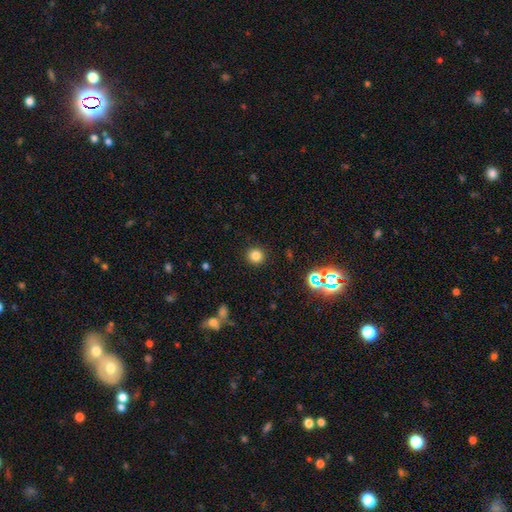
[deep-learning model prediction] smooth-or-featured: smooth: 79% | star or artifact: 16% | featured or disk: 5%
  how-rounded: round: 93% | in between: 7% | cigar-shaped: 1%
  merging: none: 91% | minor disturbance: 5% | major disturbance: 2% | merger: 1%